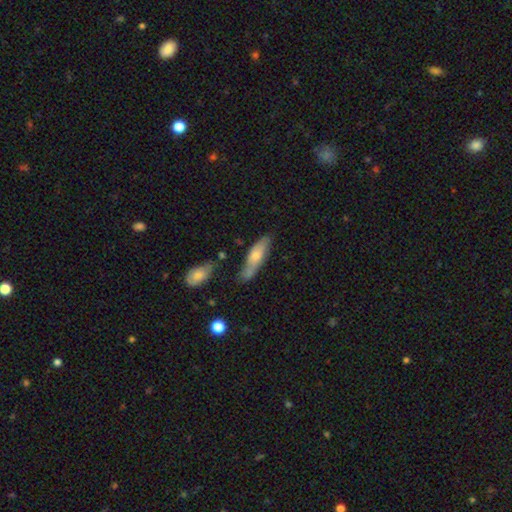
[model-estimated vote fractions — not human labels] smooth 60%, featured or disk 35%, star or artifact 6%. Down the decision tree: how rounded — cigar-shaped (54%); merging — none (59%).